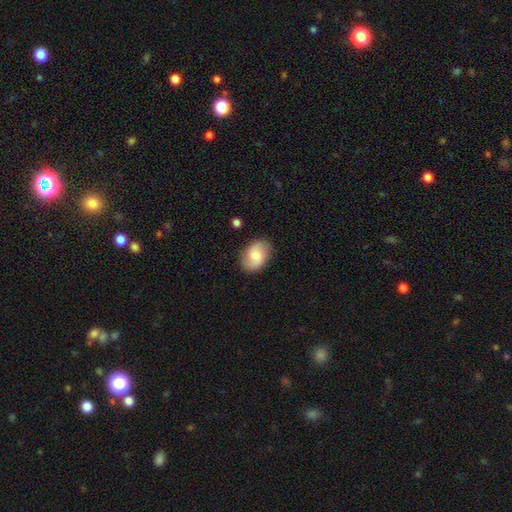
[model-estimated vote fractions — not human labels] smooth 68%, featured or disk 26%, star or artifact 7%. Down the decision tree: how rounded — in between (79%); merging — none (82%).